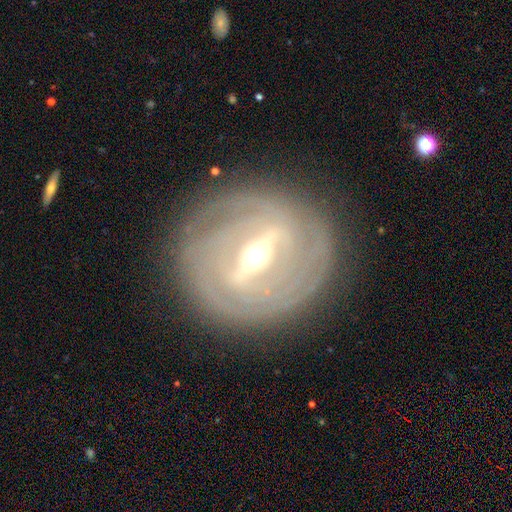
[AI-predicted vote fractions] A featured or disk galaxy (86%) with a strong bar (73%), tight (81%) spiral arms (79%) and a moderate central bulge (59%). Merging: none (84%).